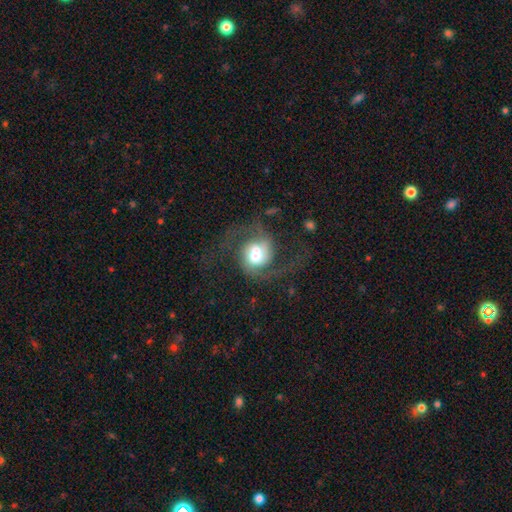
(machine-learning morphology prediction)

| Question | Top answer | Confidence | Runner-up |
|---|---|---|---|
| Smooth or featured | featured or disk | 74% | smooth (18%) |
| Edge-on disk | no | 98% | yes (2%) |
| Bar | no | 52% | weak (36%) |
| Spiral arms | yes | 92% | no (8%) |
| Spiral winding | loose | 53% | medium (38%) |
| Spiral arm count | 2 | 84% | 1 (5%) |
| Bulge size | moderate | 51% | large (31%) |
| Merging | none | 50% | major disturbance (27%) |